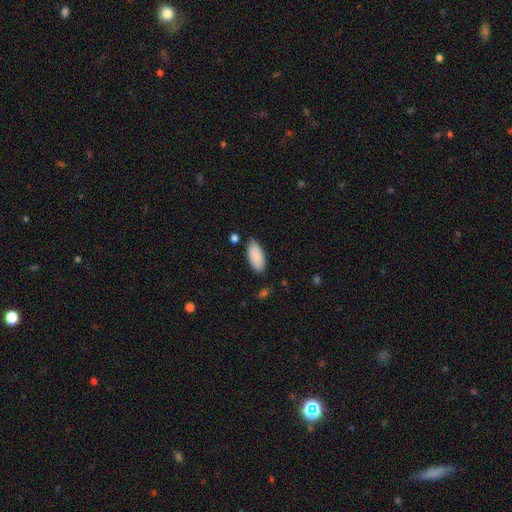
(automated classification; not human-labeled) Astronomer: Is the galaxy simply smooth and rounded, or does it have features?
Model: smooth — 90%.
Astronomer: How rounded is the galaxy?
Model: in between — 91%.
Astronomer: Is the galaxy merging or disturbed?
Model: none — 79%.